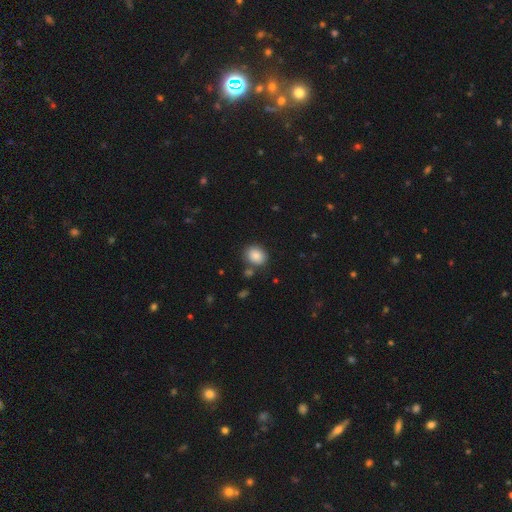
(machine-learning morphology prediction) This is clearly a smooth galaxy (87%). How rounded: possibly round (55%). Merging: likely none (78%).